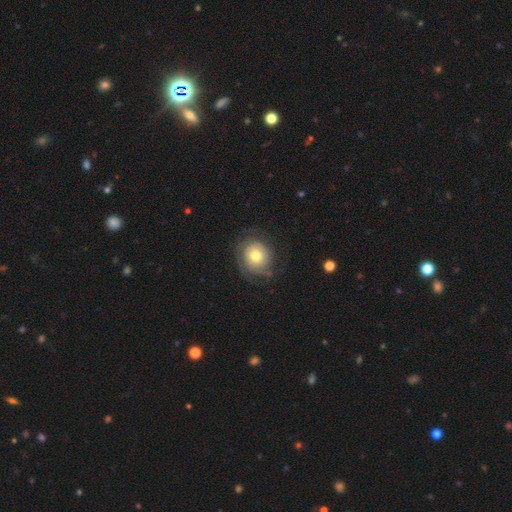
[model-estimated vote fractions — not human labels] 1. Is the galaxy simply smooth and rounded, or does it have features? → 51% smooth, 41% featured or disk, 8% star or artifact.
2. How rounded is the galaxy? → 84% round, 15% in between, 1% cigar-shaped.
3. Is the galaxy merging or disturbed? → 68% none, 20% minor disturbance, 11% major disturbance, 1% merger.